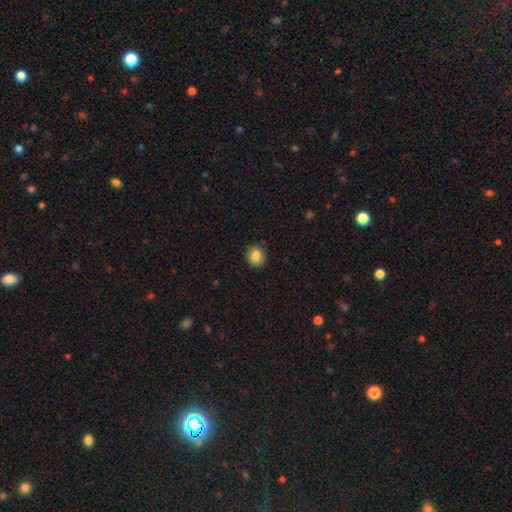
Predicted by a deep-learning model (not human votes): smooth_or_featured: smooth (p=0.84) [alt: star or artifact p=0.09]
how_rounded: round (p=0.75) [alt: in between p=0.24]
merging: none (p=0.88) [alt: minor disturbance p=0.09]